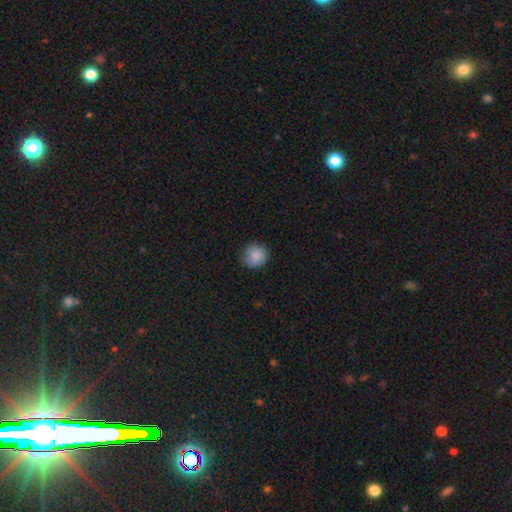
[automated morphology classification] This is clearly a smooth galaxy (88%). How rounded: clearly round (90%). Merging: clearly none (86%).